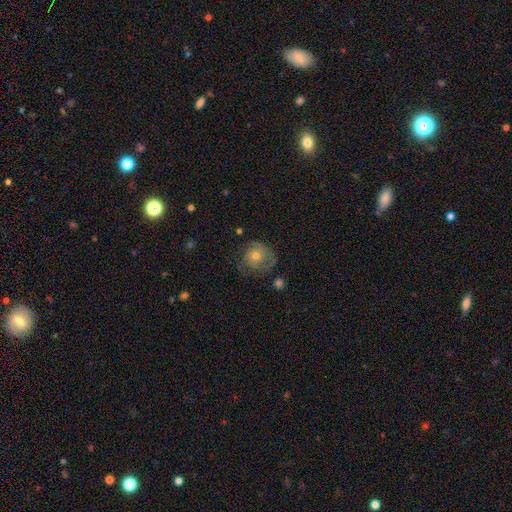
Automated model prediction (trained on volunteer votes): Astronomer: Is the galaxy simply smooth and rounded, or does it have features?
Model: featured or disk — 61%.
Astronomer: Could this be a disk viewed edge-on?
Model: no — 97%.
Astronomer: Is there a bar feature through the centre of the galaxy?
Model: no — 80%.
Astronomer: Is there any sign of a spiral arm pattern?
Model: yes — 83%.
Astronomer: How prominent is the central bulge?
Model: moderate — 59% (runner-up: small, 36%).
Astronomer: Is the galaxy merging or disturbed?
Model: none — 64%.